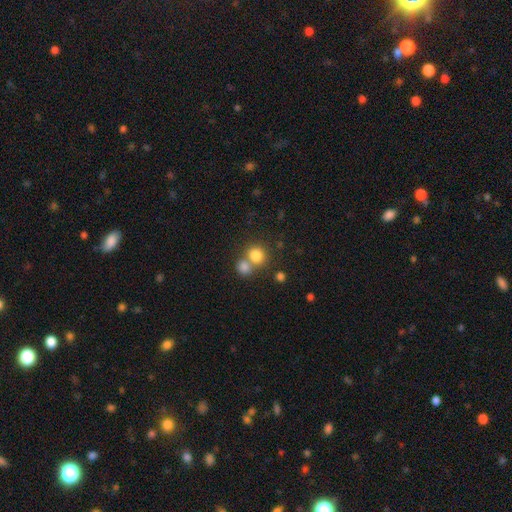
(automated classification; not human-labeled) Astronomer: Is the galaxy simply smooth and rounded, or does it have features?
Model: smooth — 80%.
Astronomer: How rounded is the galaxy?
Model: round — 80%.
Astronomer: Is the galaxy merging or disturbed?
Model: none — 48% (runner-up: merger, 41%).